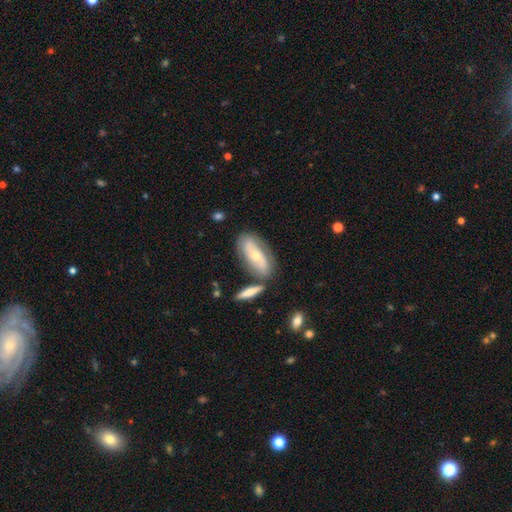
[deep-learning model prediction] Smooth or featured? Predicted: featured or disk (p=0.53). Edge-on disk? Predicted: no (p=0.78). Merging? Predicted: none (p=0.65).